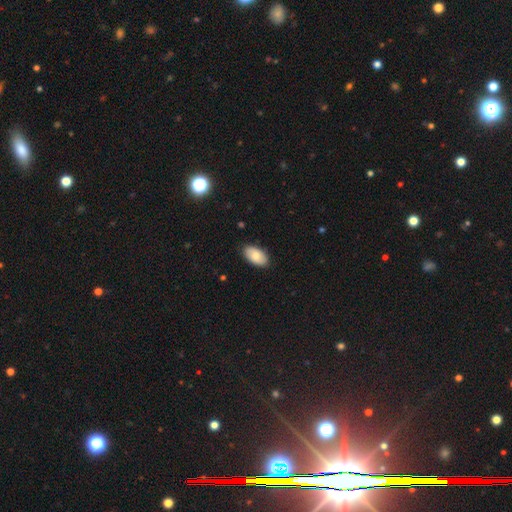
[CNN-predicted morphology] smooth-or-featured: smooth: 80% | featured or disk: 14% | star or artifact: 6%
  how-rounded: in between: 95% | round: 3% | cigar-shaped: 2%
  merging: none: 86% | minor disturbance: 11% | major disturbance: 2% | merger: 1%